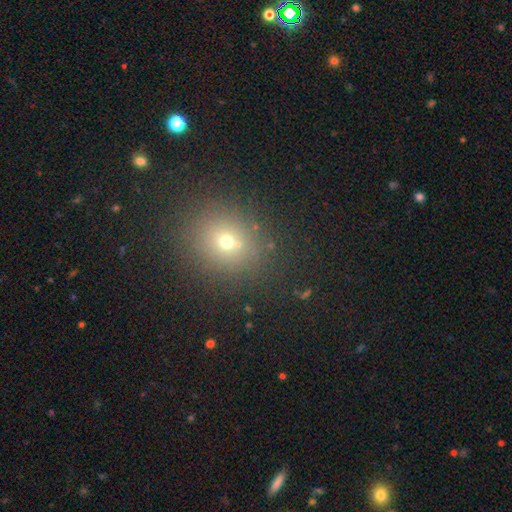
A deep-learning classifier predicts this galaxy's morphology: Overall: smooth (62%; star or artifact 28%). How rounded: round (70%). Merging: none (88%).